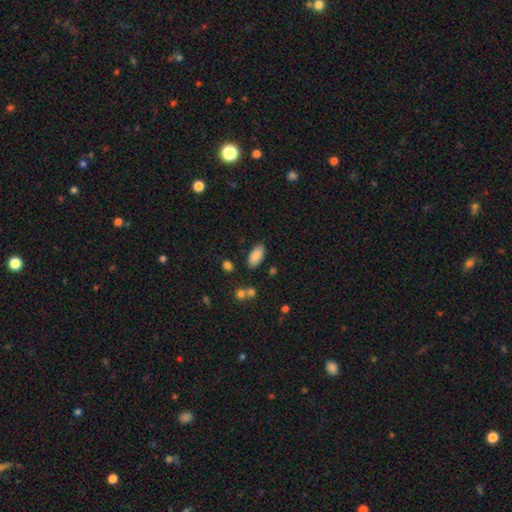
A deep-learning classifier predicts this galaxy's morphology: smooth 86%, star or artifact 7%, featured or disk 6%. Down the decision tree: how rounded — in between (92%); merging — none (84%).